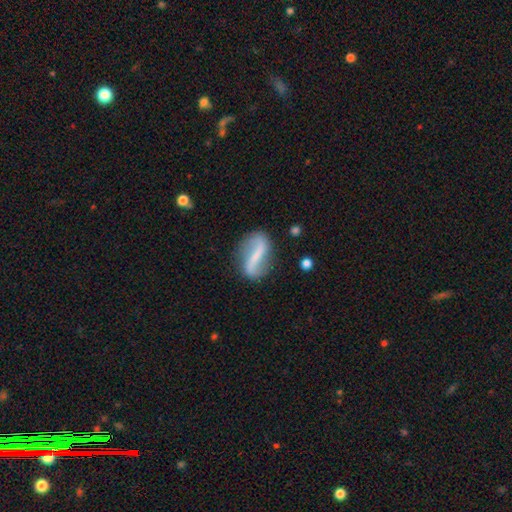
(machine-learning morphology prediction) This is likely a featured or disk galaxy (75%). It is clearly not viewed edge-on (94%). Bar: likely strong (62%). Spiral arm pattern: clearly yes (83%). Spiral arm count: clearly 2 (91%). Spiral winding: clearly loose (84%). Central bulge: marginally none (44%). Merging: likely none (77%).